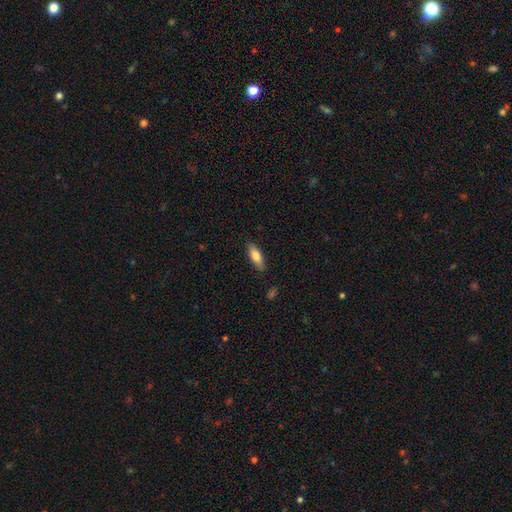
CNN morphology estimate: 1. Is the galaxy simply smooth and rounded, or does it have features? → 78% smooth, 16% featured or disk, 6% star or artifact.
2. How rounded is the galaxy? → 65% in between, 33% cigar-shaped, 2% round.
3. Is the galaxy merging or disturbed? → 85% none, 11% minor disturbance, 2% major disturbance, 1% merger.